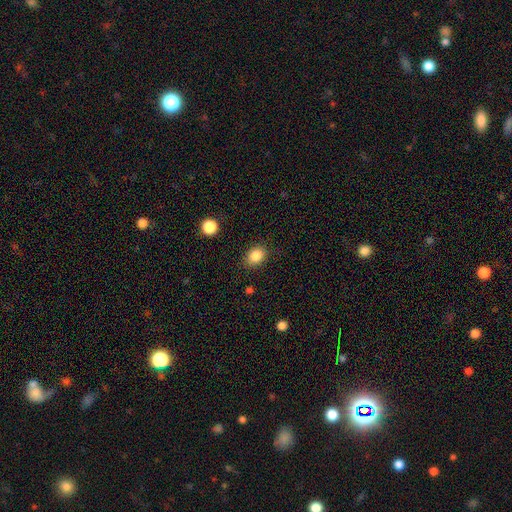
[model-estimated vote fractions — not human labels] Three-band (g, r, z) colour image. It shows a smooth galaxy with no disk features (86%) that is in between round and cigar-shaped (67%). Merging: none (84%).